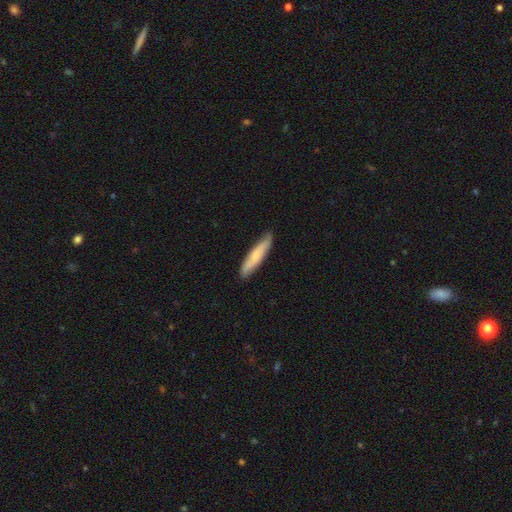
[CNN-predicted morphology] type=smooth (67%); roundness=cigar-shaped (85%); merging=none (85%).